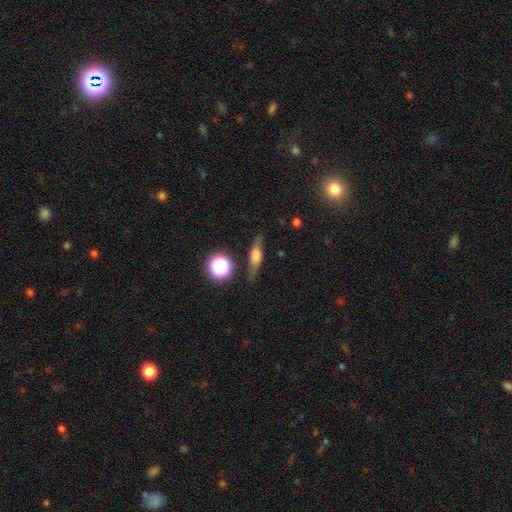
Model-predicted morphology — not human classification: Smooth or featured? Predicted: featured or disk (p=0.49). Merging? Predicted: none (p=0.77).